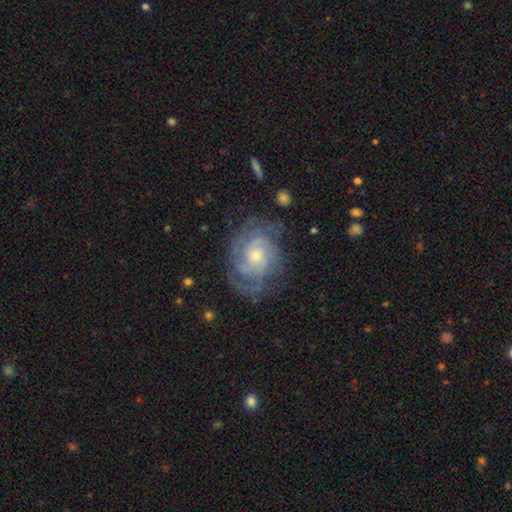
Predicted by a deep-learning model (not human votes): Morphology: type=featured or disk (83%); edge-on=no (97%); bar=no (72%); spiral arms=yes (94%); winding=tight (57%); arm count=can't tell (32%); bulge=small (60%); merging=none (67%).